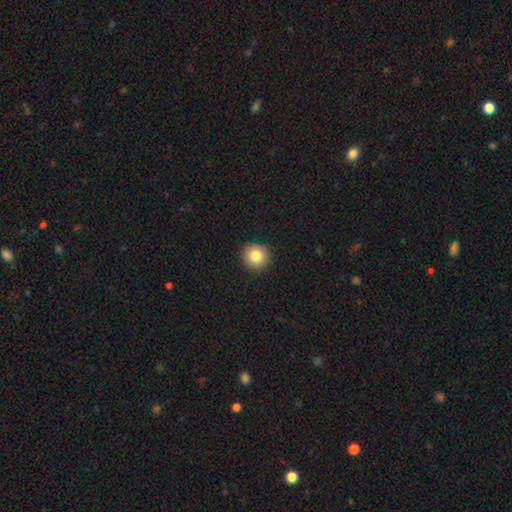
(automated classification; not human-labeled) smooth-or-featured: smooth: 83% | star or artifact: 10% | featured or disk: 7%
  how-rounded: round: 94% | in between: 5% | cigar-shaped: 1%
  merging: none: 91% | minor disturbance: 7% | major disturbance: 2% | merger: 1%